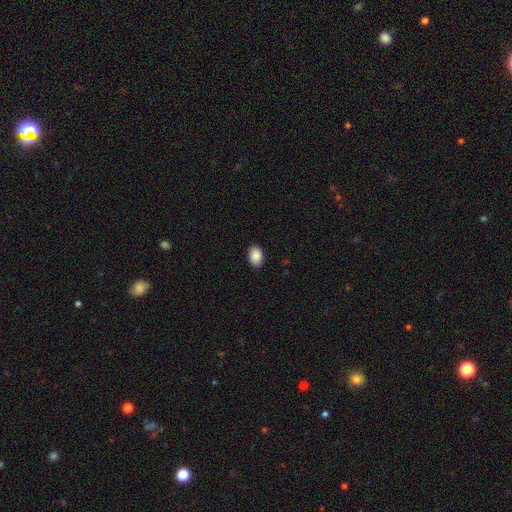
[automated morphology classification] Smooth or featured? smooth (90%)
How rounded? in between (86%)
Merging? none (89%)